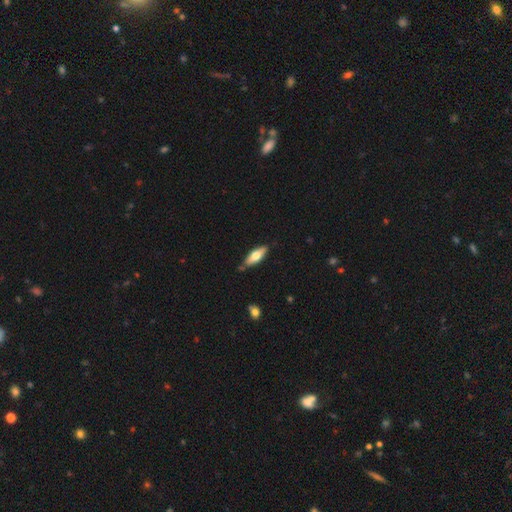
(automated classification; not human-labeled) smooth_or_featured: smooth (p=0.59) [alt: featured or disk p=0.36]
how_rounded: in between (p=0.57) [alt: cigar-shaped p=0.41]
merging: none (p=0.80) [alt: minor disturbance p=0.14]